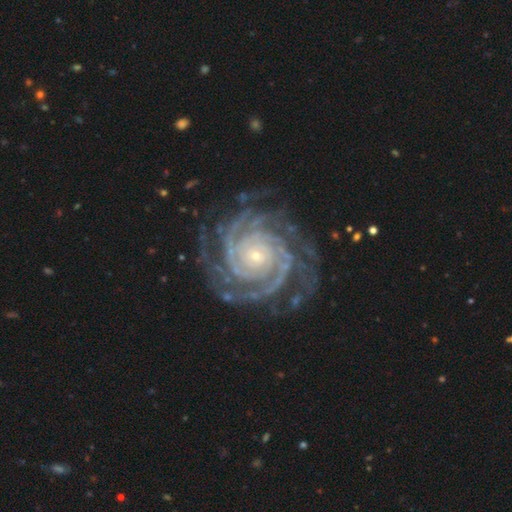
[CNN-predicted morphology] A featured or disk galaxy (93%) with no bar (76%), 4 (23%) tight (82%) spiral arms (99%) and a small central bulge (83%). Merging: none (79%).